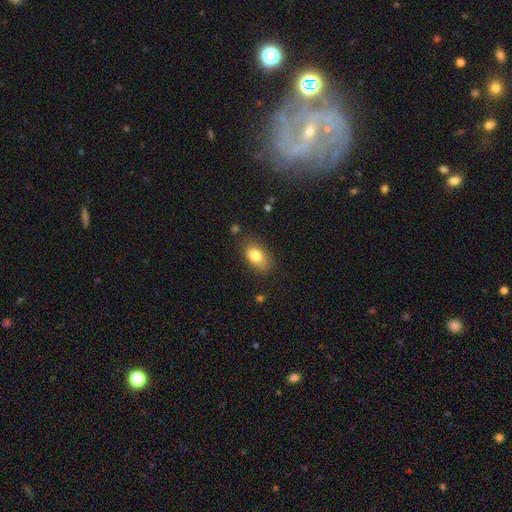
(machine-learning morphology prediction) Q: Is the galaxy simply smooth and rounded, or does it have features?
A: smooth — 79%.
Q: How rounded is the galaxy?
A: in between — 88%.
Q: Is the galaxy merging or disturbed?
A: none — 77%.